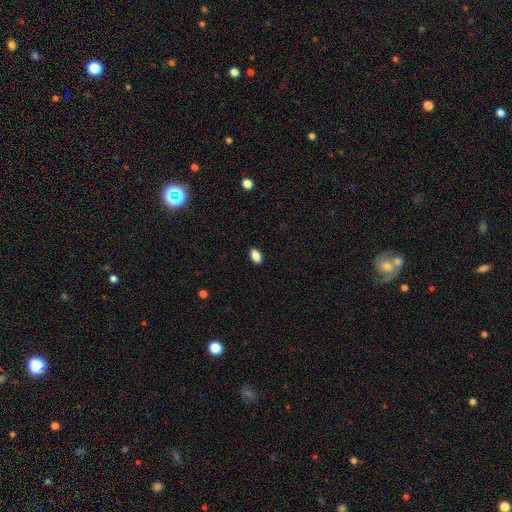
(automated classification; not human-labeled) Smooth or featured: smooth — 88% (star or artifact — 8%)
How rounded: in between — 91% (round — 6%)
Merging: none — 90% (minor disturbance — 8%)